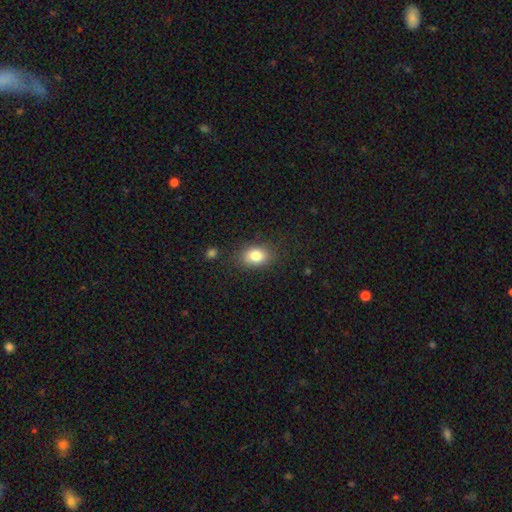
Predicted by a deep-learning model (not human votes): smooth 83%, star or artifact 9%, featured or disk 8%. Down the decision tree: how rounded — in between (72%); merging — none (81%).